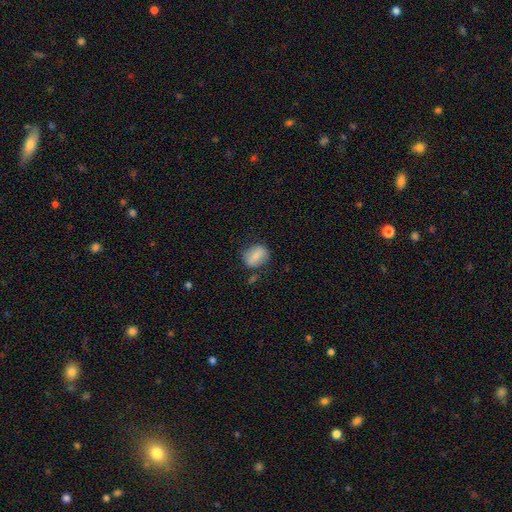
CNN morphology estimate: This appears to be a smooth galaxy with no disk features (73%) that is in between round and cigar-shaped (58%). Merging: none (73%).